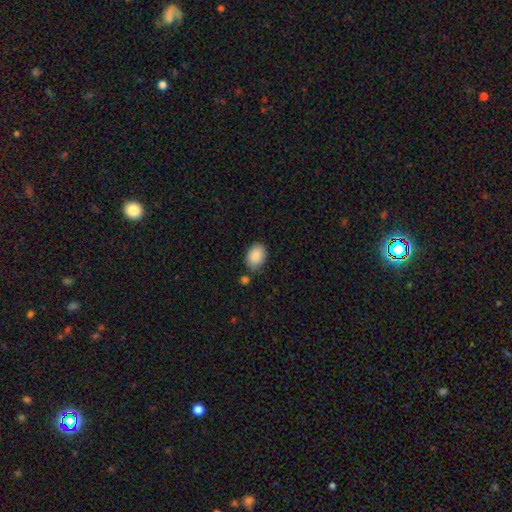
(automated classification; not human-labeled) The model was most divided on "merging": none: 75%, minor disturbance: 15%, merger: 7%, major disturbance: 4%. More confident: smooth or featured — smooth (89%); how rounded — in between (83%).